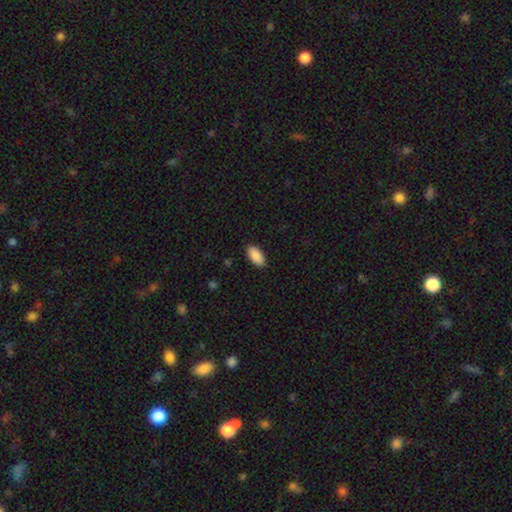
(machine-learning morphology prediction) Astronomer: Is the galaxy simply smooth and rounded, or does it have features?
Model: smooth — 90%.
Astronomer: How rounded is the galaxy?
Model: in between — 94%.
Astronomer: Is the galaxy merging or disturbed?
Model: none — 89%.